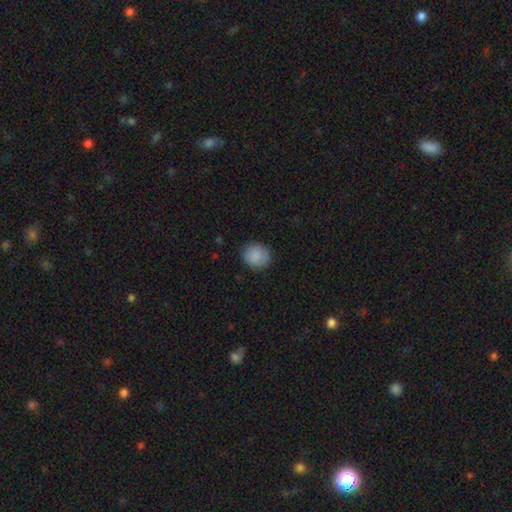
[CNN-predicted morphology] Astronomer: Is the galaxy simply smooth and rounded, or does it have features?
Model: smooth — 88%.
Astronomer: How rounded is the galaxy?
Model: round — 84%.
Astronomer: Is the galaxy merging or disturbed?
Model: none — 86%.